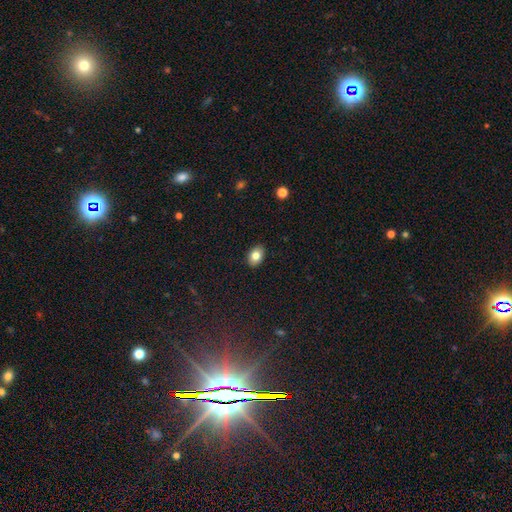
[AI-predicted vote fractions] Morphology: type=smooth (81%); roundness=in between (80%); merging=none (89%).